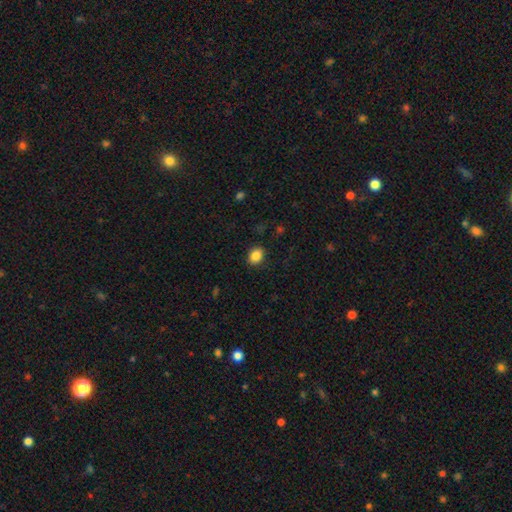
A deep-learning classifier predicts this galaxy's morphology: Smooth or featured? smooth (86%)
How rounded? in between (55%)
Merging? none (88%)